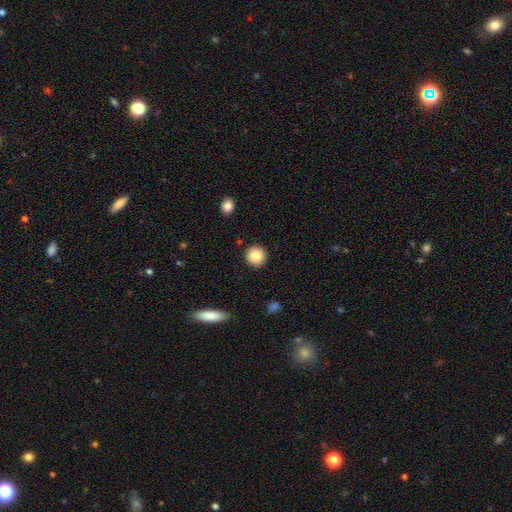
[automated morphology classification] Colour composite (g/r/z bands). It shows a smooth galaxy with no disk features (84%) that is round (94%). Merging: none (92%).